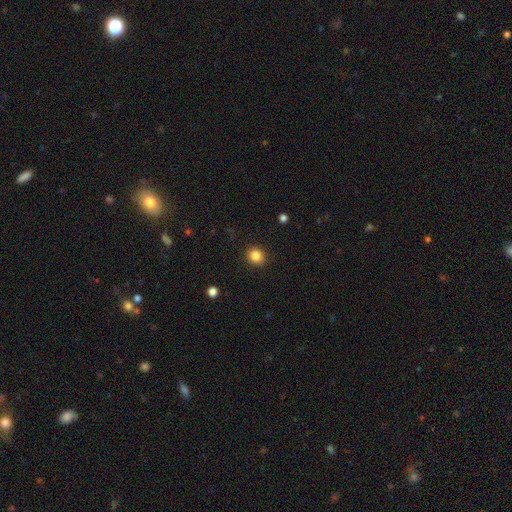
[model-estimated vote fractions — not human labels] Overall: smooth (85%). How rounded: round (82%). Merging: none (91%).